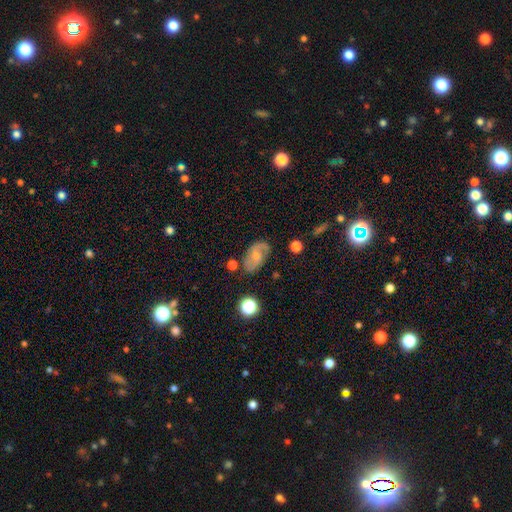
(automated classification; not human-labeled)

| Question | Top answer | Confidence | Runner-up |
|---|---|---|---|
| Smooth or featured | featured or disk | 62% | smooth (28%) |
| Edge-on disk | no | 96% | yes (4%) |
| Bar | no | 51% | weak (41%) |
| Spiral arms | yes | 89% | no (11%) |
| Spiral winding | medium | 46% | loose (35%) |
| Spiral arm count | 2 | 78% | can't tell (10%) |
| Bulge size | small | 46% | moderate (27%) |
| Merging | none | 68% | minor disturbance (20%) |